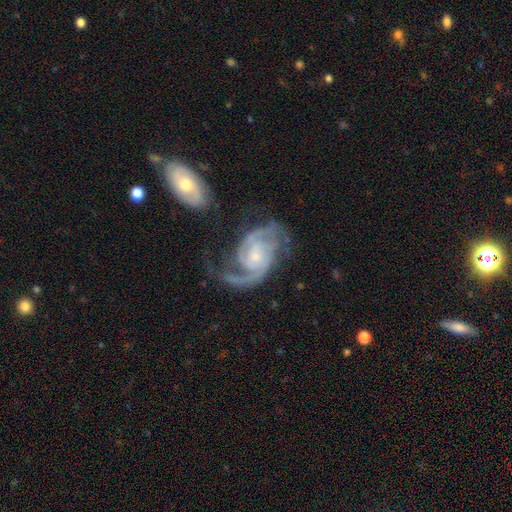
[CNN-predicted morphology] smooth-or-featured: featured or disk: 91% | smooth: 5% | star or artifact: 4%
  disk-edge-on: no: 98% | yes: 2%
    bar: no: 59% | weak: 34% | strong: 7%
    has-spiral-arms: yes: 98% | no: 2%
      spiral-winding: medium: 48% | tight: 37% | loose: 15%
      spiral-arm-count: 2: 65% | 3: 13% | can't tell: 9% | 1: 7% | 4: 3% | more than 4: 3%
    bulge-size: small: 63% | moderate: 29% | none: 5% | large: 2% | dominant: 1%
  merging: none: 49% | major disturbance: 23% | minor disturbance: 21% | merger: 7%